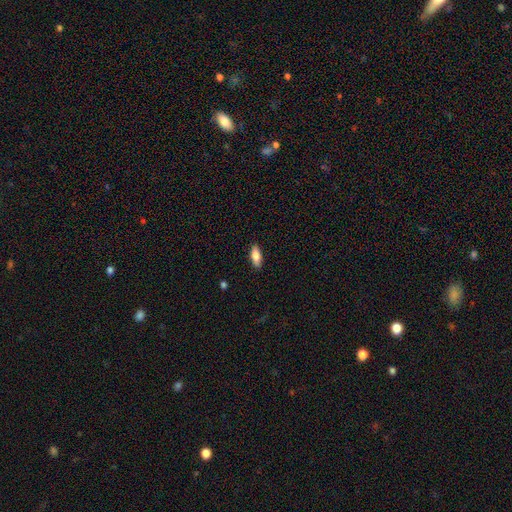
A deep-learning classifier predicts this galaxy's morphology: This appears to be a smooth galaxy with no disk features (81%) that is in between round and cigar-shaped (74%). Merging: none (88%).